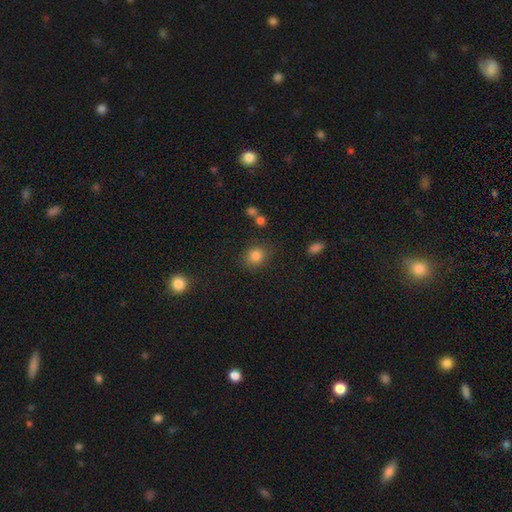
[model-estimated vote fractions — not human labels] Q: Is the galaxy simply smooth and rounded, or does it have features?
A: smooth — 83%.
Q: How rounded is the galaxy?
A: round — 77%.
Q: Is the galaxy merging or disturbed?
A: none — 80%.